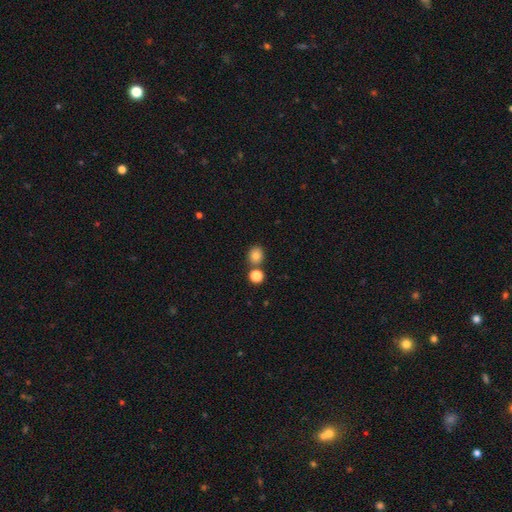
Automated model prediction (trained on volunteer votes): Overall: smooth (82%). How rounded: round (74%). Merging: none (73%).